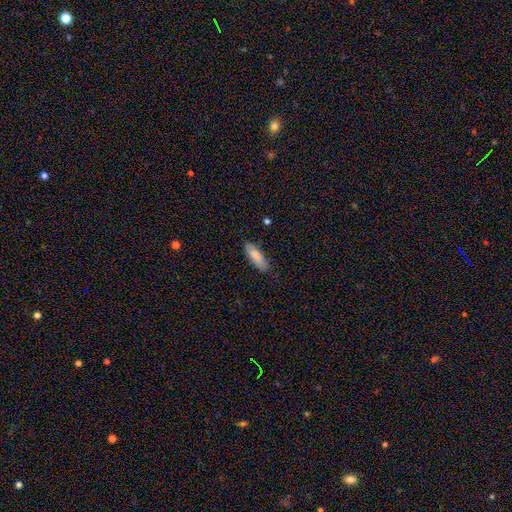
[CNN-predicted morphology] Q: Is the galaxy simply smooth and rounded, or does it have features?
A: smooth — 84%.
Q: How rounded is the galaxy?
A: in between — 58%.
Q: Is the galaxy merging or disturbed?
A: none — 82%.